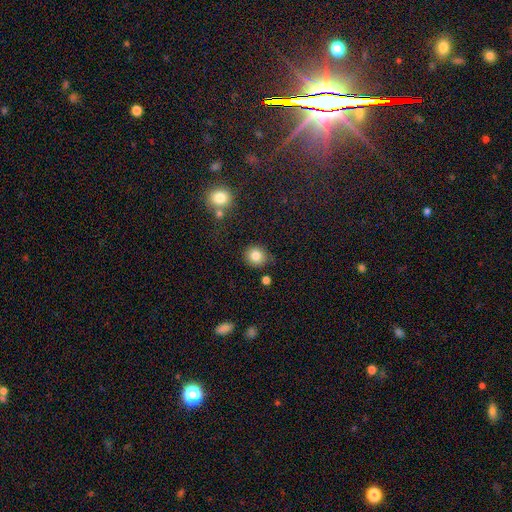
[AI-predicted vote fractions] A smooth galaxy with no disk features (83%) that is round (81%). Merging: none (83%).